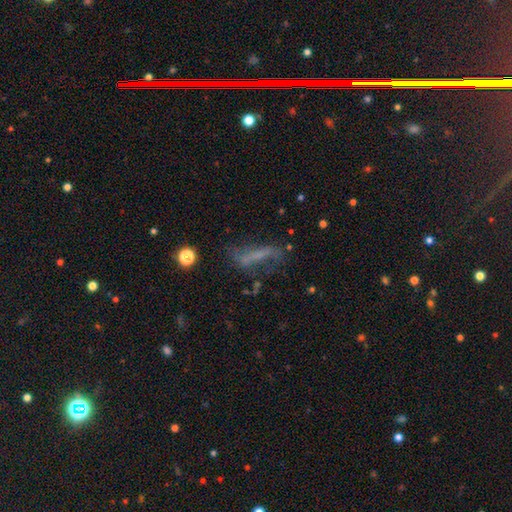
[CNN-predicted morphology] Smooth or featured: featured or disk — 44% (smooth — 39%)
Merging: none — 47% (minor disturbance — 24%)